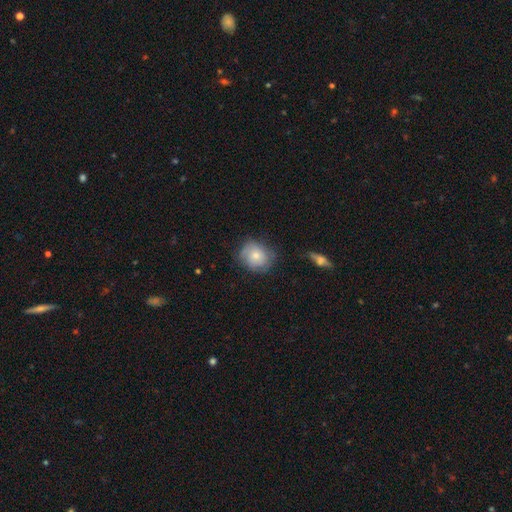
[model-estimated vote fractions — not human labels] Morphology: type=smooth (69%); roundness=round (72%); merging=none (67%).